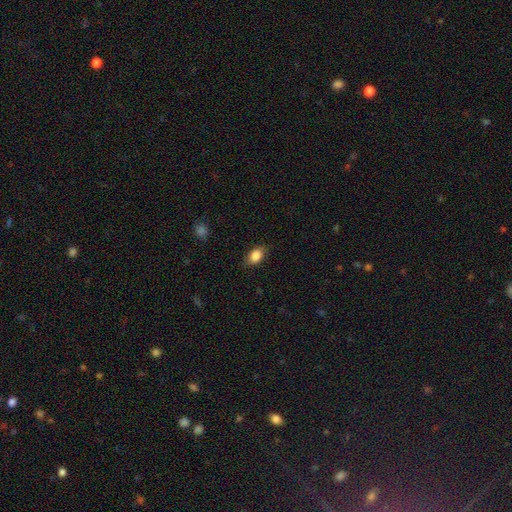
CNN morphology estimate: type=smooth (85%); roundness=in between (82%); merging=none (82%).